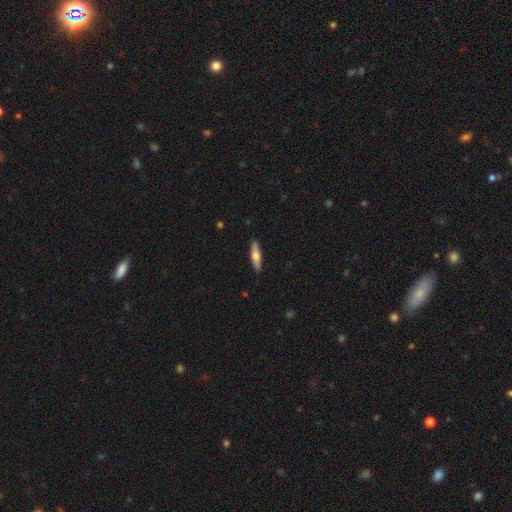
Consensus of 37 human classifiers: Smooth or featured? 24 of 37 (65%) said smooth. How rounded? 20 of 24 (83%) said cigar-shaped. Merging? 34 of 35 (97%) said none.